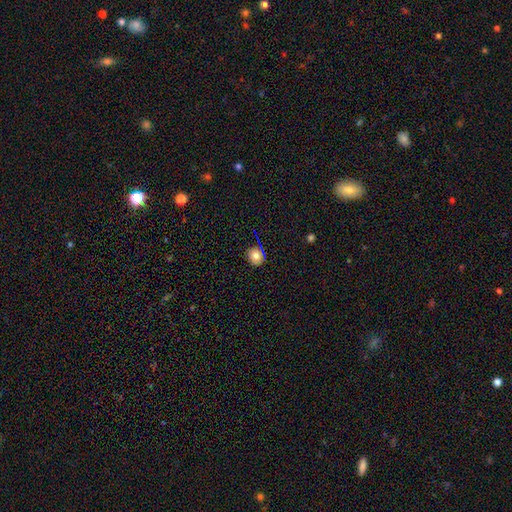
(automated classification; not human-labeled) smooth-or-featured: smooth: 73% | star or artifact: 15% | featured or disk: 12%
  how-rounded: round: 84% | in between: 15% | cigar-shaped: 1%
  merging: none: 84% | minor disturbance: 11% | major disturbance: 3% | merger: 2%